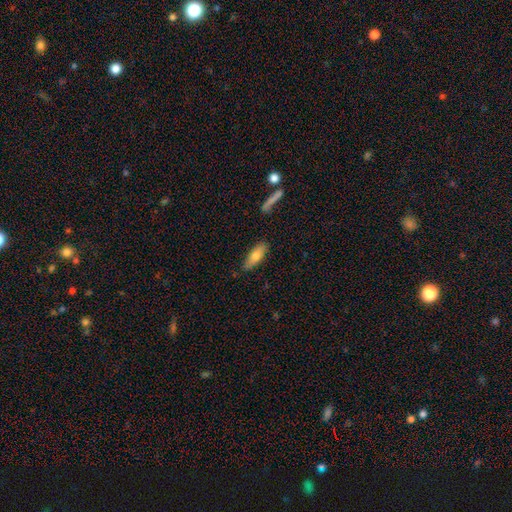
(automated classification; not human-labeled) smooth_or_featured: smooth (p=0.74) [alt: featured or disk p=0.20]
how_rounded: in between (p=0.62) [alt: cigar-shaped p=0.36]
merging: none (p=0.81) [alt: minor disturbance p=0.14]